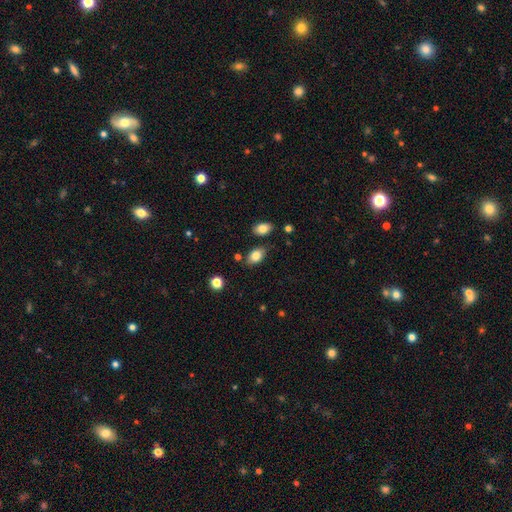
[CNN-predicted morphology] Overall: smooth (81%). How rounded: in between (88%). Merging: none (79%).